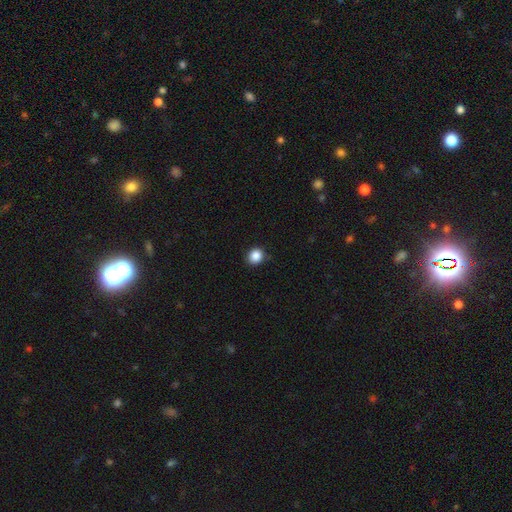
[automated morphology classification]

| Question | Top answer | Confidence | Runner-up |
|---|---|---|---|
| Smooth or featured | smooth | 86% | star or artifact (10%) |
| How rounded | round | 84% | in between (15%) |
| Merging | none | 89% | minor disturbance (8%) |